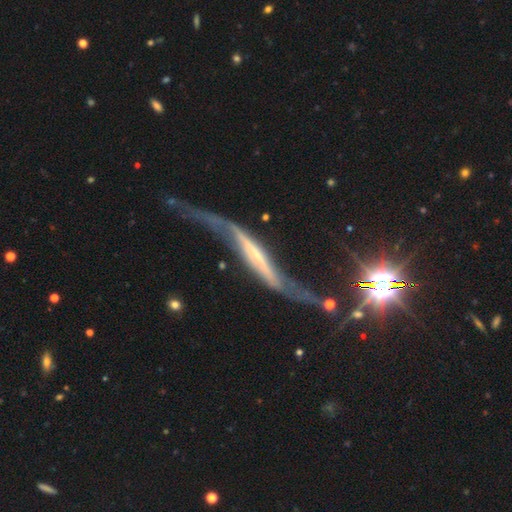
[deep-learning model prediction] Smooth or featured? featured or disk (78%)
Edge-on disk? no (51%)
Merging? none (35%)